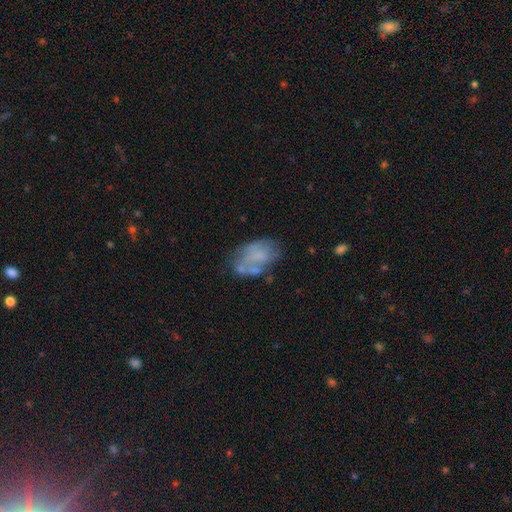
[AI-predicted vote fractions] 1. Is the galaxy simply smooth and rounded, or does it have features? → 47% featured or disk, 42% smooth, 11% star or artifact.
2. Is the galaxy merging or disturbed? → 42% none, 25% minor disturbance, 17% major disturbance, 16% merger.